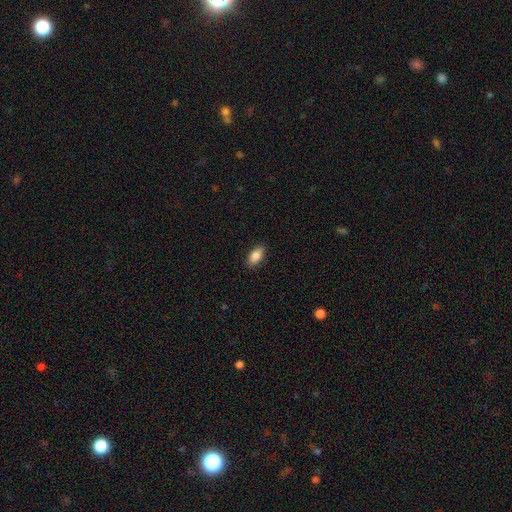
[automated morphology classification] Smooth or featured? smooth (86%)
How rounded? in between (91%)
Merging? none (88%)